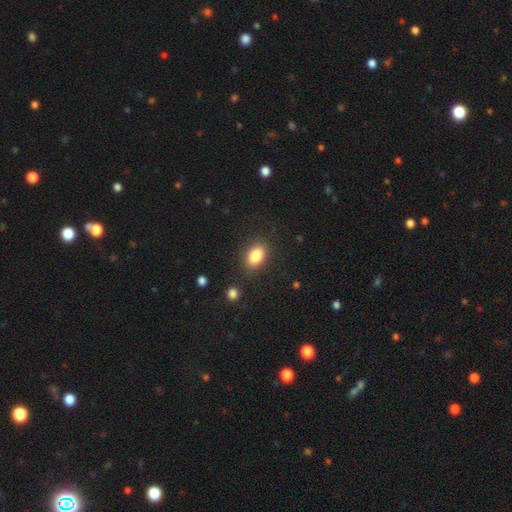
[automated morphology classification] Smooth or featured? smooth (85%)
How rounded? in between (83%)
Merging? none (85%)